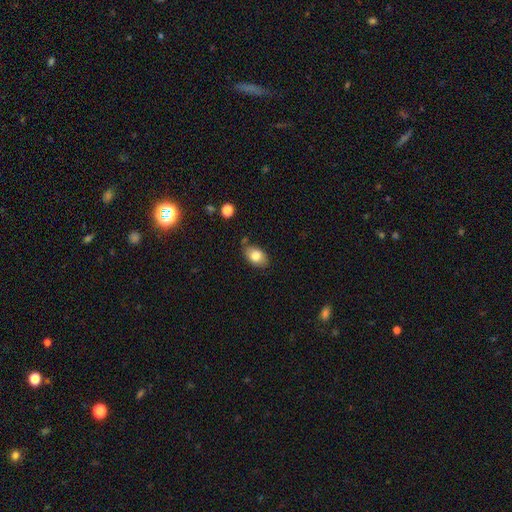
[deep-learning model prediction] smooth-or-featured: smooth: 80% | featured or disk: 12% | star or artifact: 8%
  how-rounded: in between: 86% | round: 13% | cigar-shaped: 1%
  merging: none: 75% | minor disturbance: 18% | merger: 4% | major disturbance: 3%